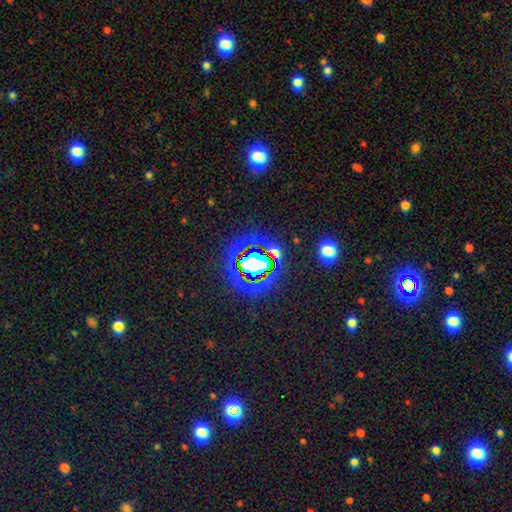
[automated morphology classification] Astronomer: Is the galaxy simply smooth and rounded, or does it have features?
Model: star or artifact — 77%.